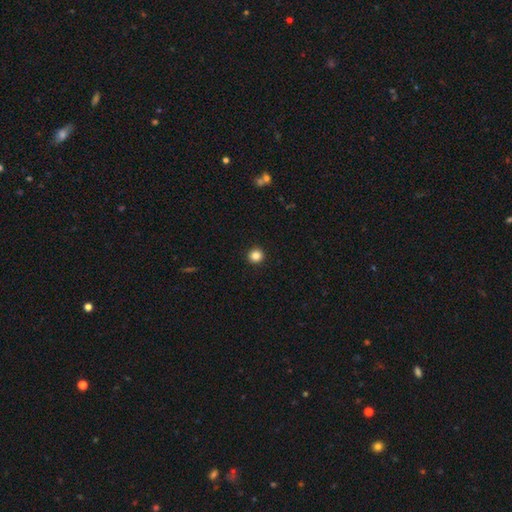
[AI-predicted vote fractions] Smooth or featured: smooth — 85% (star or artifact — 11%)
How rounded: round — 95% (in between — 4%)
Merging: none — 94% (minor disturbance — 4%)